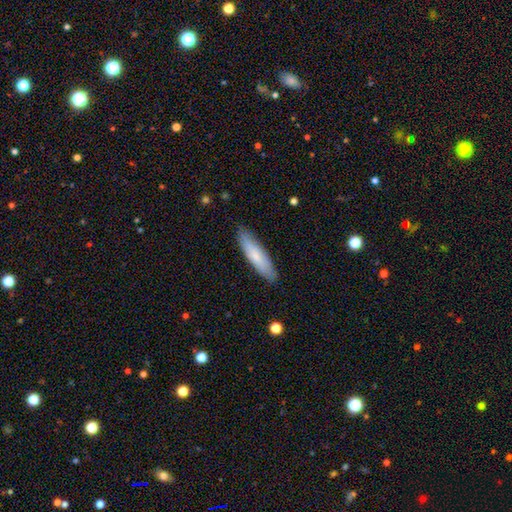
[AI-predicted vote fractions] The model was most divided on "how rounded": cigar-shaped: 73%, in between: 26%, round: 1%. More confident: merging — none (87%); smooth or featured — smooth (72%).